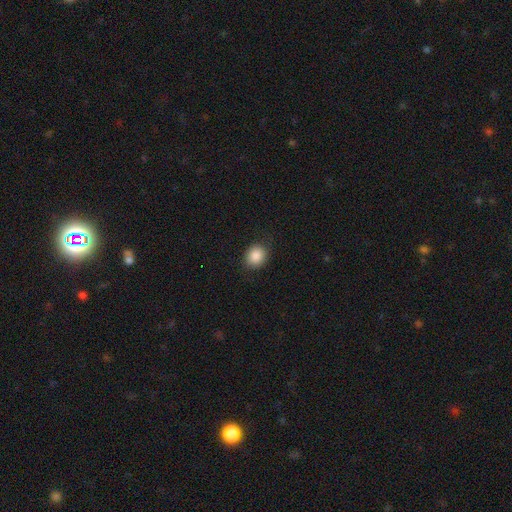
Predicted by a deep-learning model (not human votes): Smooth or featured?
  - smooth: 87% *
  - star or artifact: 9%
  - featured or disk: 4%
How rounded?
  - round: 69% *
  - in between: 30%
  - cigar-shaped: 1%
Merging?
  - none: 84% *
  - minor disturbance: 11%
  - major disturbance: 3%
  - merger: 1%